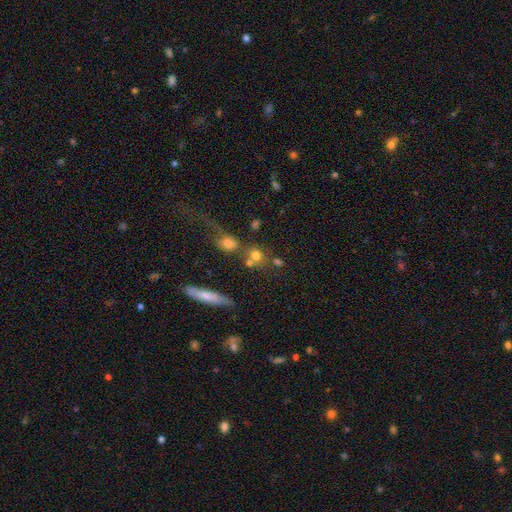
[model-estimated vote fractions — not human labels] Smooth or featured? Predicted: smooth (p=0.71). How rounded? Predicted: round (p=0.76). Merging? Predicted: none (p=0.53).